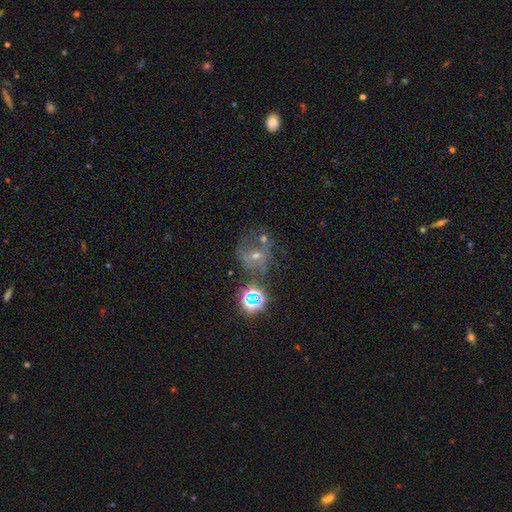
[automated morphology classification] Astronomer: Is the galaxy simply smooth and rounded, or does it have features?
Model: featured or disk — 37% (runner-up: star or artifact, 34%).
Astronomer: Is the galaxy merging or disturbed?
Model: none — 51%.